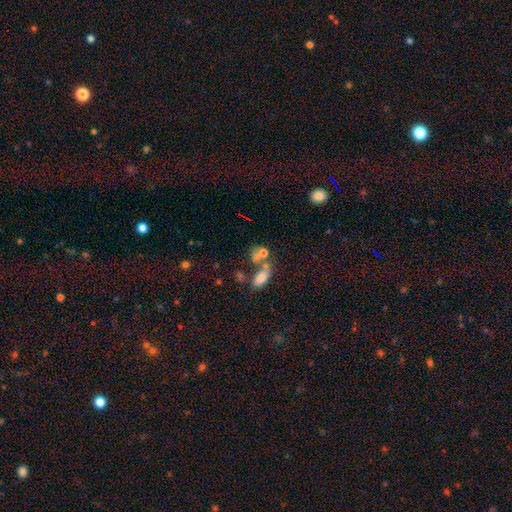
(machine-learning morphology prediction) Smooth or featured?
  - smooth: 65% *
  - featured or disk: 18%
  - star or artifact: 18%
How rounded?
  - in between: 66% *
  - round: 26%
  - cigar-shaped: 8%
Merging?
  - merger: 41% *
  - none: 38%
  - minor disturbance: 12%
  - major disturbance: 9%